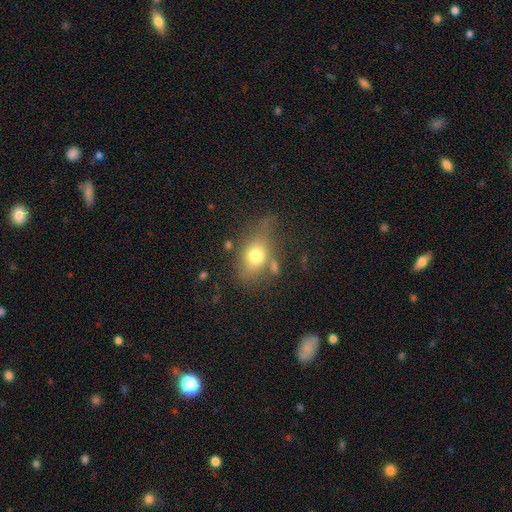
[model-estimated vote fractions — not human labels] This appears to be a smooth galaxy with no disk features (70%) that is in between round and cigar-shaped (72%). Merging: none (46%).